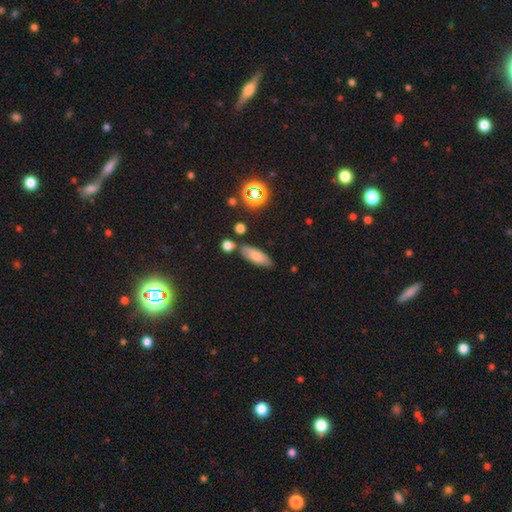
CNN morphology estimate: Smooth or featured? smooth (76%)
How rounded? in between (65%)
Merging? none (72%)